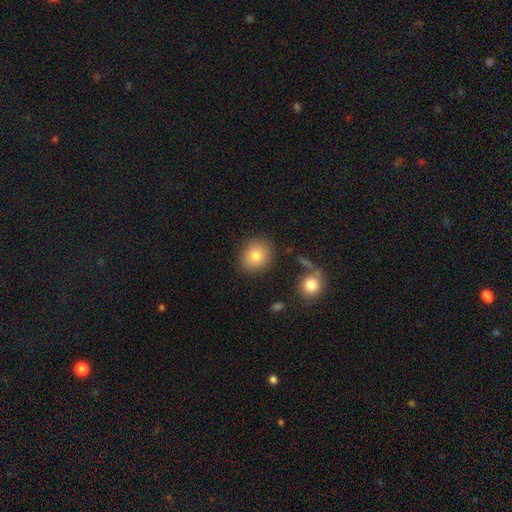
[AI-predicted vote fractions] Smooth or featured? Predicted: smooth (p=0.81). How rounded? Predicted: round (p=0.74). Merging? Predicted: none (p=0.84).